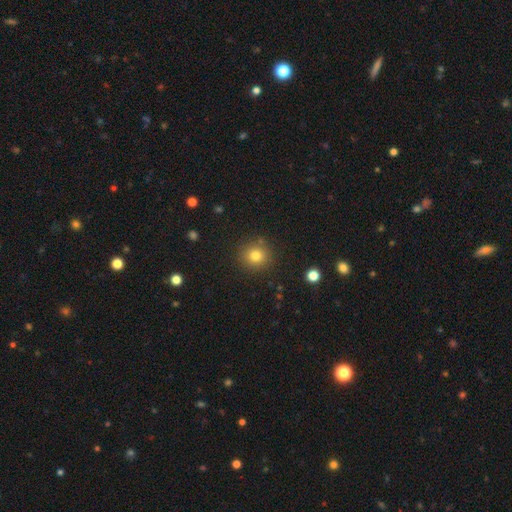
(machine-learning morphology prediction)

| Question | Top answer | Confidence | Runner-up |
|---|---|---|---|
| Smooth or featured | smooth | 79% | star or artifact (14%) |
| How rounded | round | 90% | in between (9%) |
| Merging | none | 86% | minor disturbance (8%) |